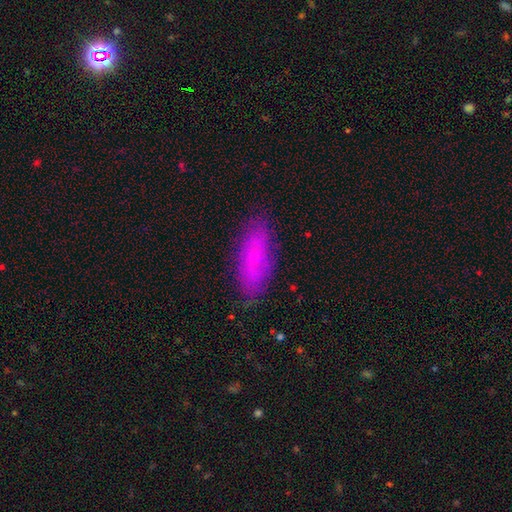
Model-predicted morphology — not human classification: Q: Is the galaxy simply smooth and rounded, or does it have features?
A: smooth — 61%.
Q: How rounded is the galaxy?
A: in between — 63%.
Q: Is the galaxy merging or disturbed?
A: none — 85%.